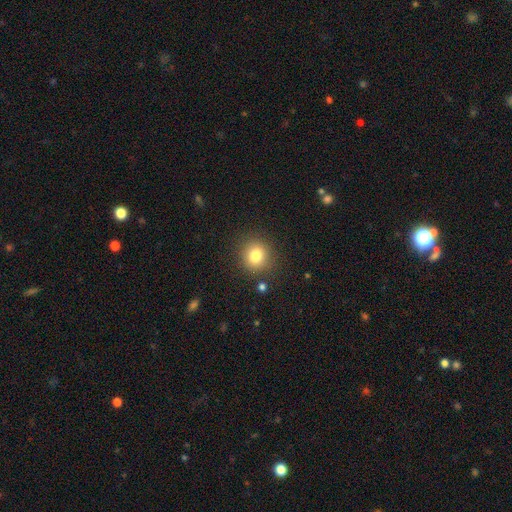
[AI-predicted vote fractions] The model was most divided on "smooth or featured": smooth: 81%, star or artifact: 12%, featured or disk: 7%. More confident: how rounded — round (88%); merging — none (87%).